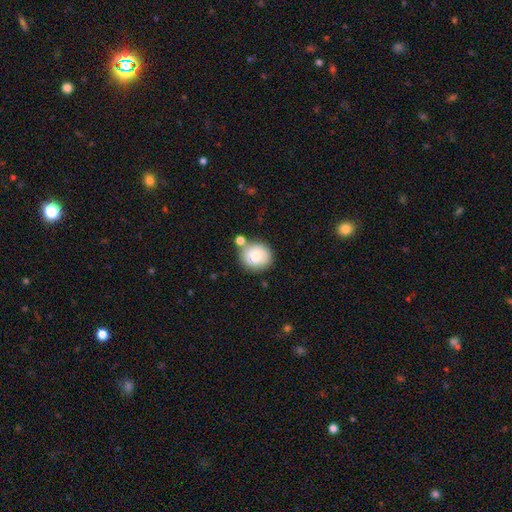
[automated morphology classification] A smooth galaxy with no disk features (68%) that is round (80%).

Vote fractions:
- Smooth or featured? smooth: 68% / featured or disk: 24% / star or artifact: 8%
- How rounded? round: 80% / in between: 19% / cigar-shaped: 1%
- Merging? none: 65% / minor disturbance: 16% / merger: 15% / major disturbance: 5%